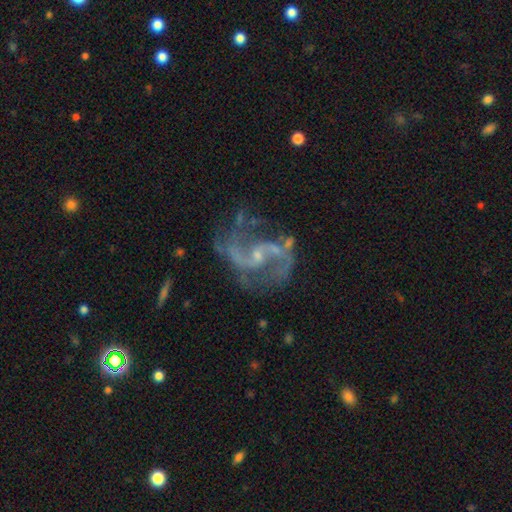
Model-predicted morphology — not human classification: smooth-or-featured: featured or disk: 89% | star or artifact: 7% | smooth: 4%
  disk-edge-on: no: 98% | yes: 2%
    bar: weak: 47% | no: 39% | strong: 15%
    has-spiral-arms: yes: 96% | no: 4%
      spiral-winding: medium: 47% | loose: 43% | tight: 10%
      spiral-arm-count: 2: 88% | can't tell: 4% | 3: 3% | 1: 2% | 4: 2% | more than 4: 1%
    bulge-size: small: 69% | moderate: 19% | none: 10% | large: 1% | dominant: 1%
  merging: none: 58% | minor disturbance: 19% | major disturbance: 18% | merger: 5%